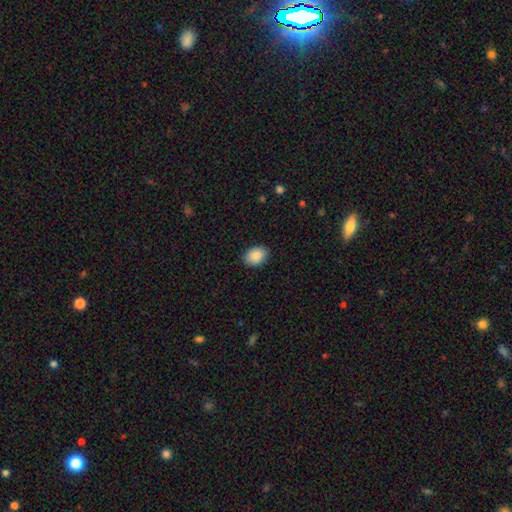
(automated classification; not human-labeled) Morphology: type=smooth (89%); roundness=in between (71%); merging=none (88%).